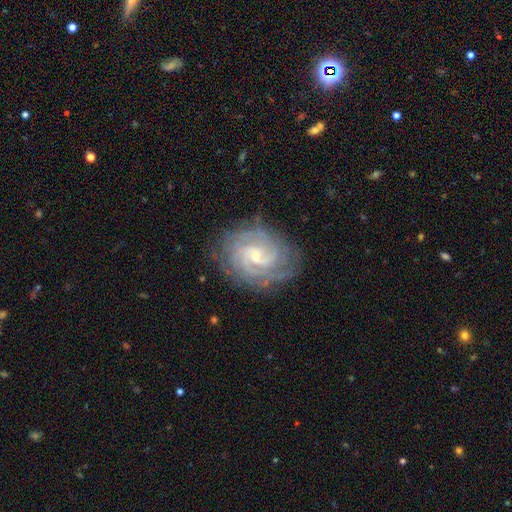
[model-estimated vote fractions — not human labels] featured or disk 88%, smooth 6%, star or artifact 6%. Down the decision tree: edge-on disk — no (97%); bar — weak (48%); spiral arms — yes (98%); spiral arm count — can't tell (26%); spiral winding — tight (67%); bulge size — small (71%); merging — none (78%).